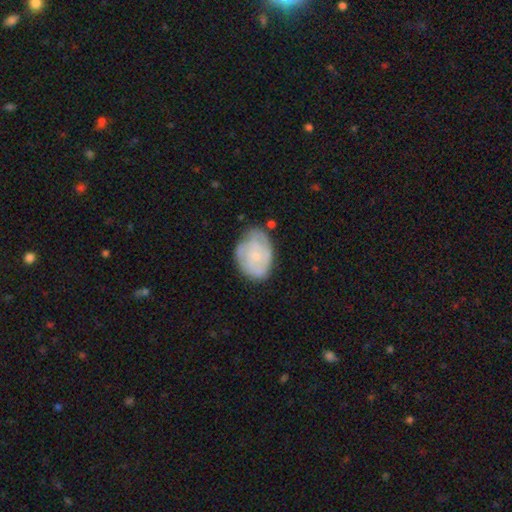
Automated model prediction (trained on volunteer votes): A featured or disk galaxy (53%) with no bar (78%), spiral arms (75%) and a small central bulge (64%). Merging: none (61%).